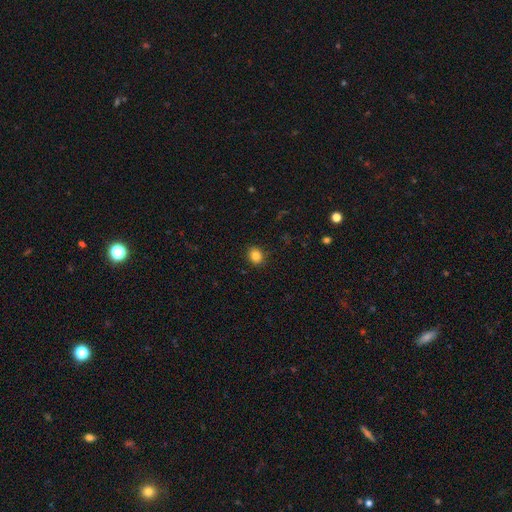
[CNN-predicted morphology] Overall: smooth (85%). How rounded: round (67%; in between 32%). Merging: none (90%).